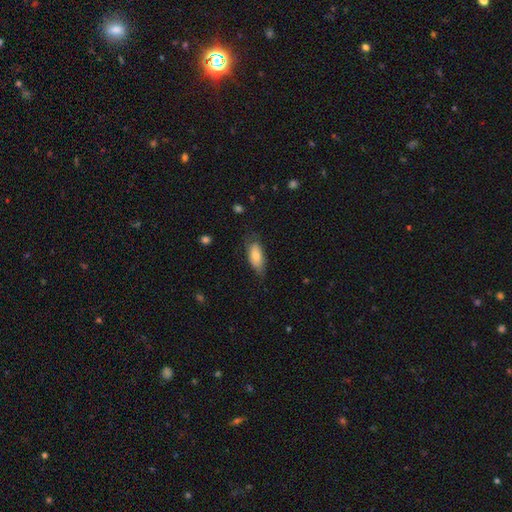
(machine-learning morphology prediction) smooth_or_featured: smooth (p=0.73) [alt: featured or disk p=0.21]
how_rounded: in between (p=0.84) [alt: cigar-shaped p=0.14]
merging: none (p=0.61) [alt: minor disturbance p=0.29]